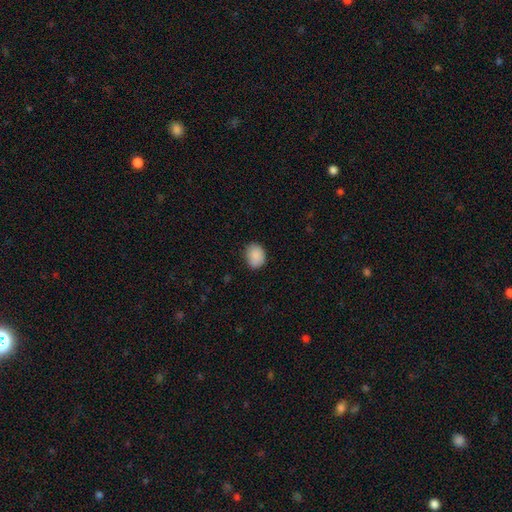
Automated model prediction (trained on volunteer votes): A smooth galaxy with no disk features (88%) that is in between round and cigar-shaped (52%).

Vote fractions:
- Smooth or featured? smooth: 88% / star or artifact: 8% / featured or disk: 5%
- How rounded? in between: 52% / round: 47% / cigar-shaped: 1%
- Merging? none: 78% / minor disturbance: 18% / major disturbance: 3% / merger: 1%